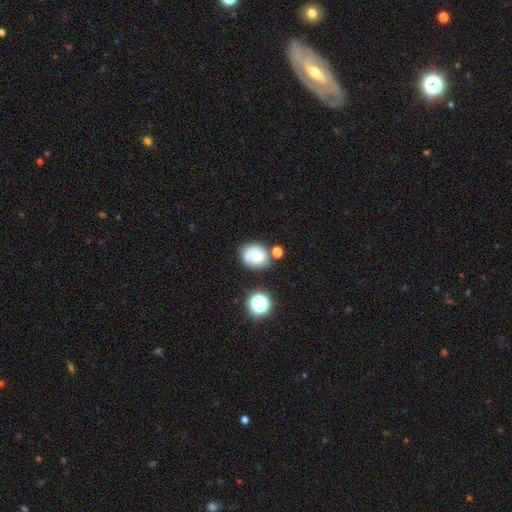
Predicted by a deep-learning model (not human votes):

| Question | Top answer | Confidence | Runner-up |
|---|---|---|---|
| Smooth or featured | smooth | 63% | featured or disk (25%) |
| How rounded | round | 62% | in between (37%) |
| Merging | none | 57% | minor disturbance (22%) |